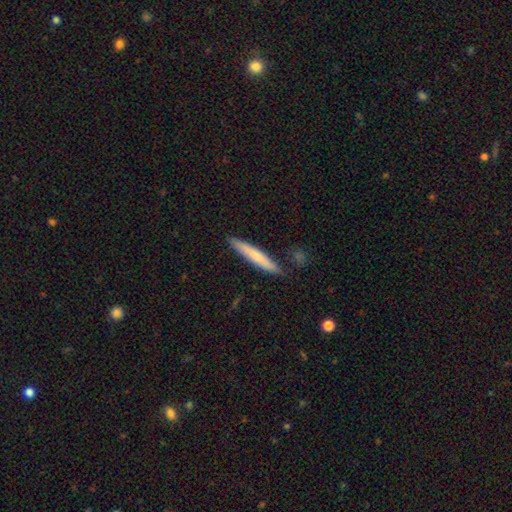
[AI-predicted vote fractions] Smooth or featured?
  - smooth: 62% *
  - featured or disk: 32%
  - star or artifact: 6%
How rounded?
  - cigar-shaped: 94% *
  - in between: 5%
  - round: 1%
Merging?
  - none: 86% *
  - minor disturbance: 10%
  - merger: 2%
  - major disturbance: 2%